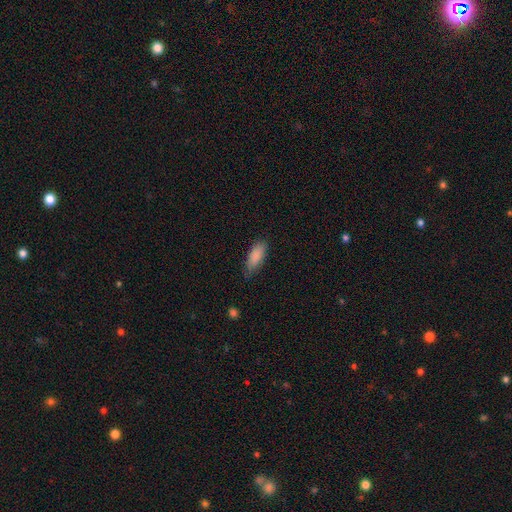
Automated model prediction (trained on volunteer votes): This is clearly a smooth galaxy (87%). How rounded: likely in between (77%). Merging: likely none (71%).